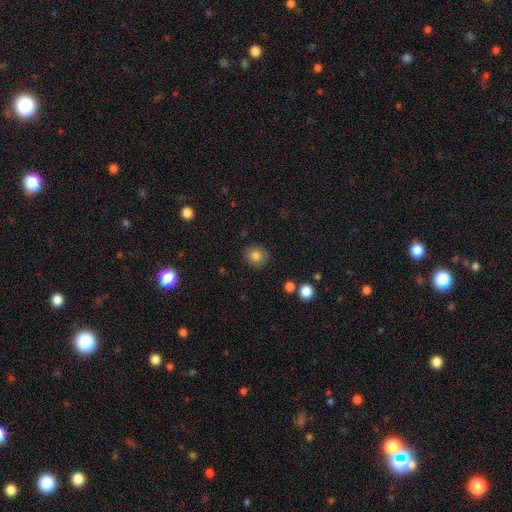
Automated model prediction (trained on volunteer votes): smooth 83%, star or artifact 10%, featured or disk 7%. Down the decision tree: how rounded — round (87%); merging — none (87%).